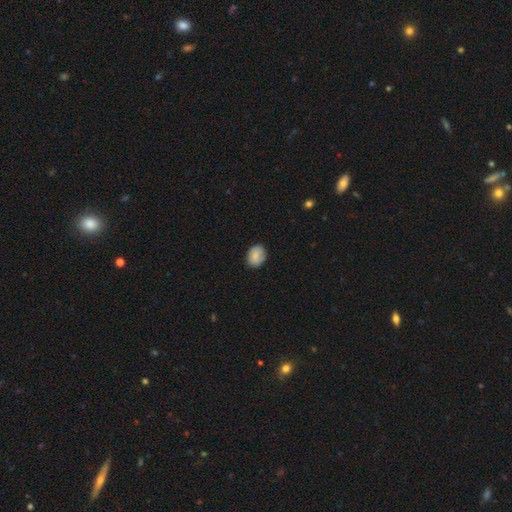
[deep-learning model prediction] Overall: smooth (82%). How rounded: in between (58%; round 41%). Merging: none (82%).